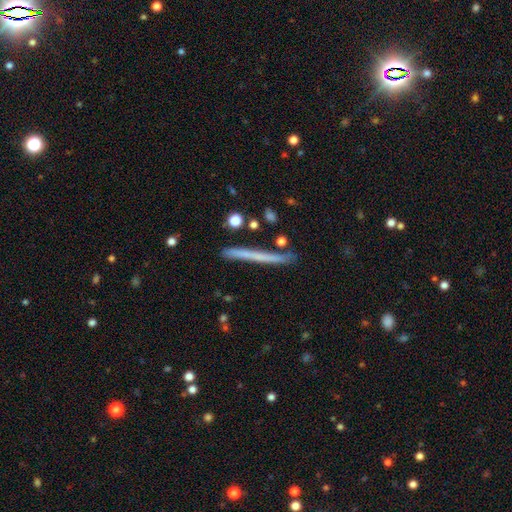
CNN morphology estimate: This is possibly a smooth galaxy (51%). How rounded: clearly cigar-shaped (97%). Merging: clearly none (87%).